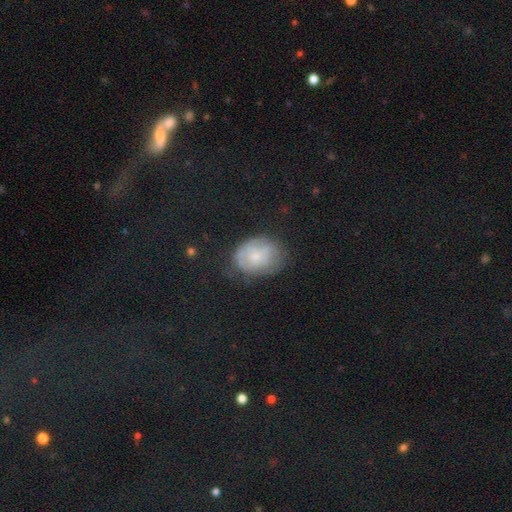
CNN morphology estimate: type=smooth (53%); roundness=in between (55%); merging=none (61%).